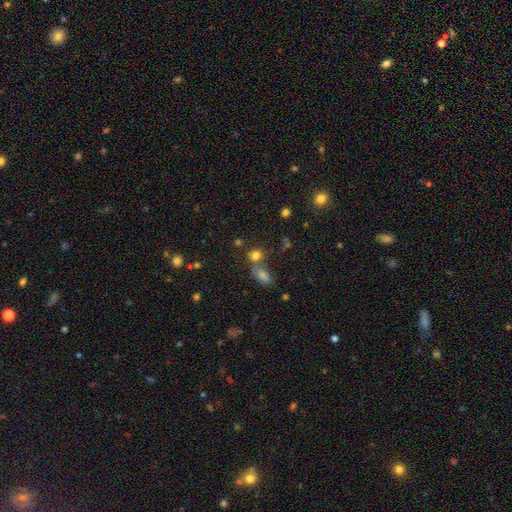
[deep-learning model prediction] Smooth or featured? Predicted: smooth (p=0.76). How rounded? Predicted: round (p=0.65). Merging? Predicted: none (p=0.52).